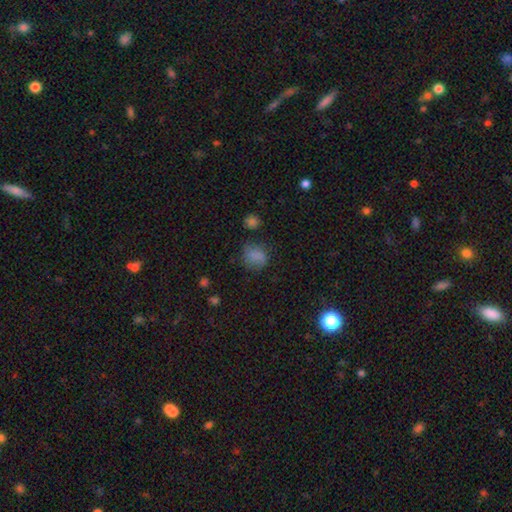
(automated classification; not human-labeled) Overall: smooth (78%). How rounded: round (66%; in between 32%). Merging: none (62%; minor disturbance 25%).